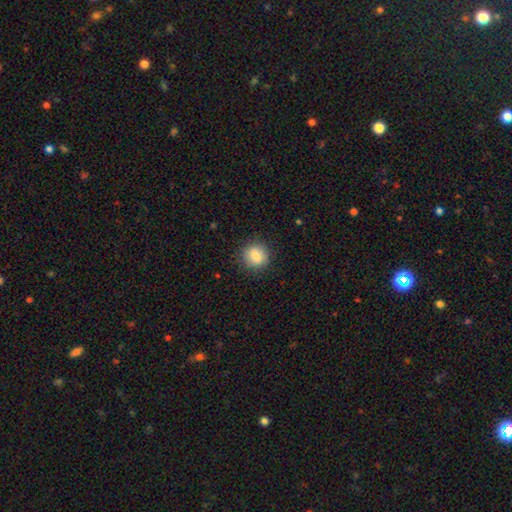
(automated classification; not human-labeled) This appears to be a smooth galaxy with no disk features (83%) that is round (88%). Merging: none (88%).